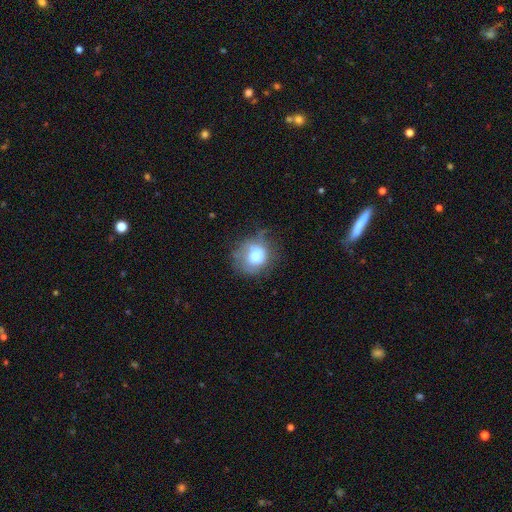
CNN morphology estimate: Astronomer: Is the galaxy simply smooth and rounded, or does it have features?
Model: smooth — 60%.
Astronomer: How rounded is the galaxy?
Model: round — 76%.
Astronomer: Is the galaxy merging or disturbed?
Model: none — 44% (runner-up: minor disturbance, 29%).